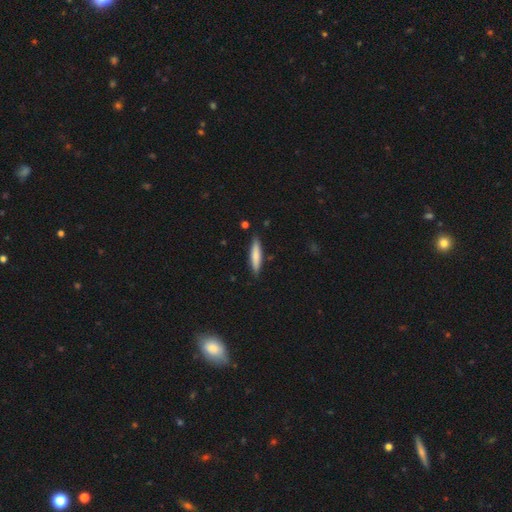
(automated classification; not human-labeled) Smooth or featured? Predicted: smooth (p=0.75). How rounded? Predicted: cigar-shaped (p=0.85). Merging? Predicted: none (p=0.86).